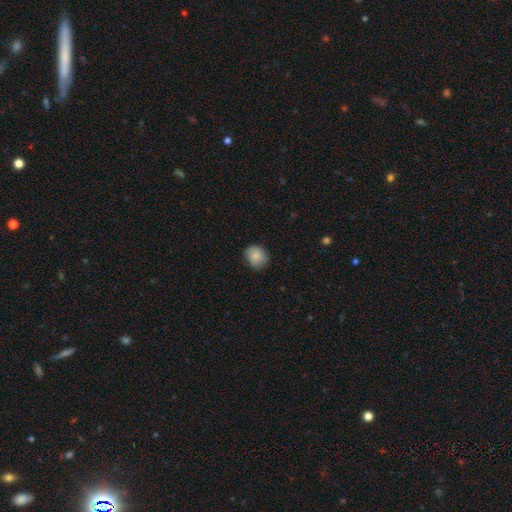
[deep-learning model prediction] smooth-or-featured: smooth: 86% | star or artifact: 8% | featured or disk: 7%
  how-rounded: round: 63% | in between: 36% | cigar-shaped: 1%
  merging: none: 74% | minor disturbance: 21% | major disturbance: 4% | merger: 1%